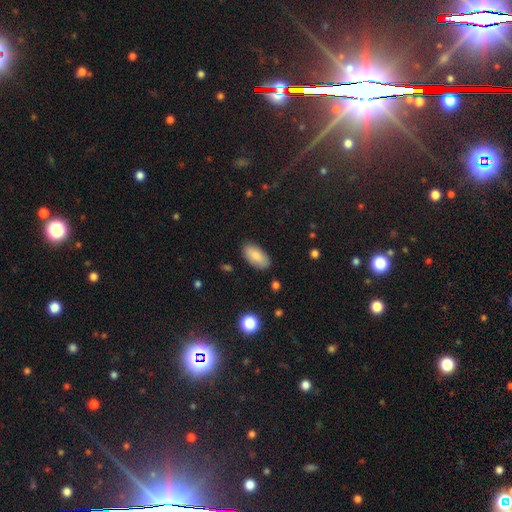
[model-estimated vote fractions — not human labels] smooth_or_featured: smooth (p=0.83) [alt: featured or disk p=0.10]
how_rounded: in between (p=0.94) [alt: cigar-shaped p=0.04]
merging: none (p=0.86) [alt: minor disturbance p=0.11]